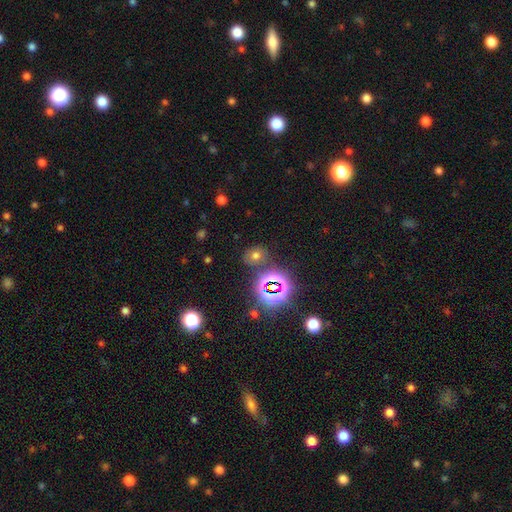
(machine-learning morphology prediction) smooth-or-featured: smooth: 57% | star or artifact: 33% | featured or disk: 10%
  how-rounded: round: 54% | in between: 45% | cigar-shaped: 1%
  merging: none: 77% | minor disturbance: 12% | merger: 7% | major disturbance: 5%